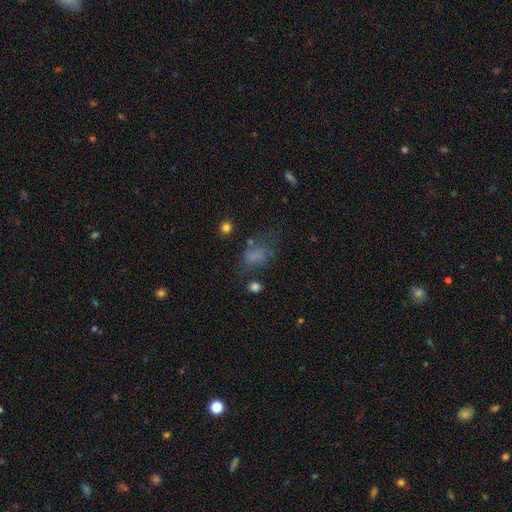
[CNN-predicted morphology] Overall: smooth (62%). How rounded: in between (74%). Merging: none (39%; major disturbance 30%).